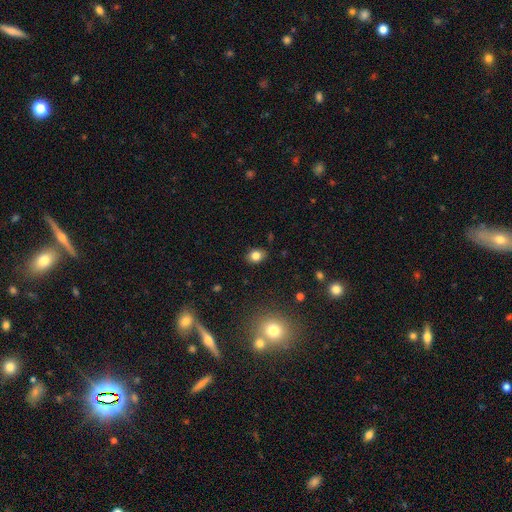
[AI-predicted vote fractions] Smooth or featured? smooth (81%)
How rounded? in between (57%)
Merging? none (86%)